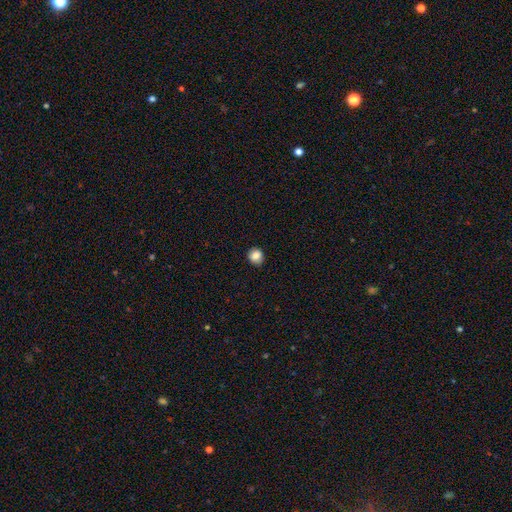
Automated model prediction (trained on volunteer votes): This appears to be a smooth galaxy with no disk features (86%) that is round (83%). Merging: none (90%).